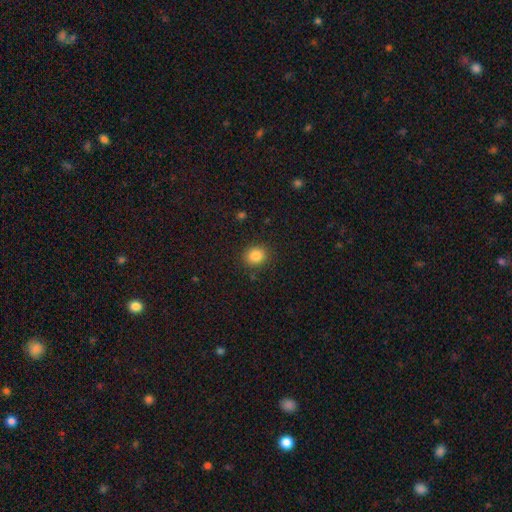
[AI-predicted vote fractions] Overall: smooth (85%). How rounded: round (76%). Merging: none (87%).